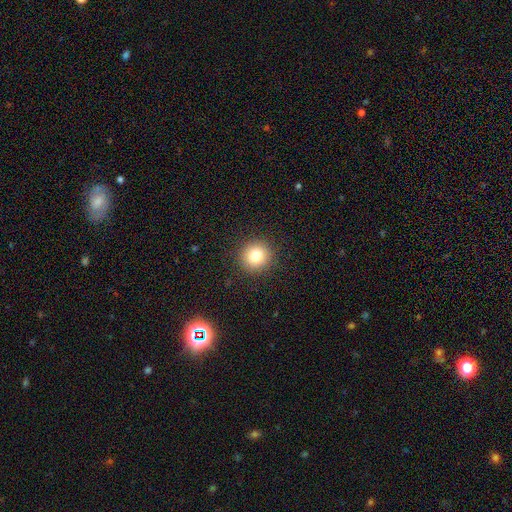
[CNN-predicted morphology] This appears to be a smooth galaxy with no disk features (81%) that is round (93%). Merging: none (91%).